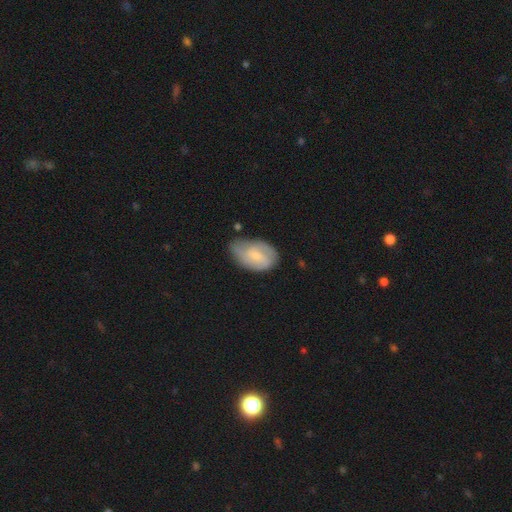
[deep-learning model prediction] Smooth or featured?
  - featured or disk: 61% *
  - smooth: 33%
  - star or artifact: 6%
Edge-on disk?
  - no: 96% *
  - yes: 4%
Bar?
  - weak: 46% *
  - no: 45%
  - strong: 9%
Spiral arms?
  - yes: 88% *
  - no: 12%
Spiral winding?
  - medium: 42% *
  - tight: 40%
  - loose: 18%
Spiral arm count?
  - 2: 49% *
  - can't tell: 26%
  - 3: 15%
  - 1: 5%
  - 4: 3%
  - more than 4: 2%
Bulge size?
  - small: 65% *
  - moderate: 27%
  - none: 5%
  - large: 2%
  - dominant: 1%
Merging?
  - none: 60% *
  - minor disturbance: 29%
  - major disturbance: 8%
  - merger: 3%